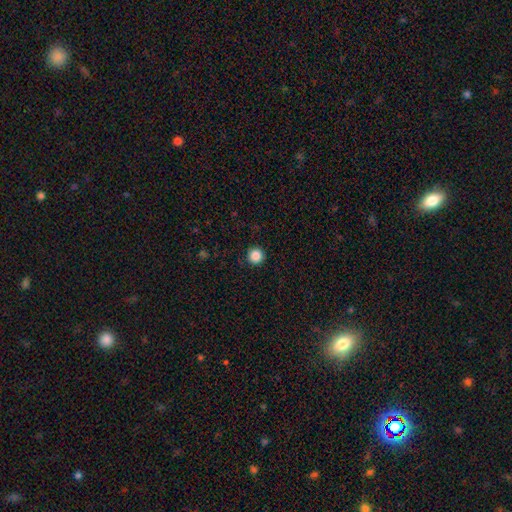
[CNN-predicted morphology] smooth_or_featured: smooth (p=0.87) [alt: star or artifact p=0.10]
how_rounded: round (p=0.96) [alt: in between p=0.03]
merging: none (p=0.92) [alt: minor disturbance p=0.06]